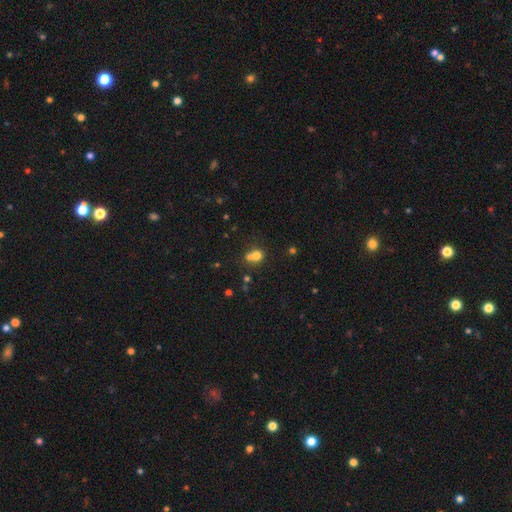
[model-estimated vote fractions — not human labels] smooth_or_featured: smooth (p=0.72) [alt: star or artifact p=0.15]
how_rounded: round (p=0.76) [alt: in between p=0.24]
merging: merger (p=0.52) [alt: none p=0.37]